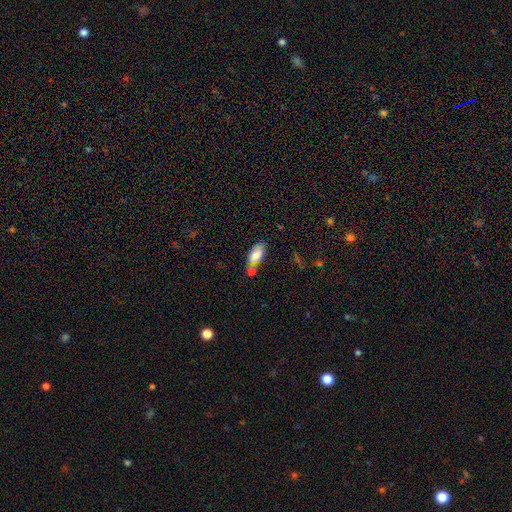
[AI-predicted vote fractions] smooth-or-featured: smooth: 80% | featured or disk: 12% | star or artifact: 8%
  how-rounded: in between: 89% | cigar-shaped: 8% | round: 3%
  merging: none: 55% | merger: 22% | minor disturbance: 18% | major disturbance: 5%